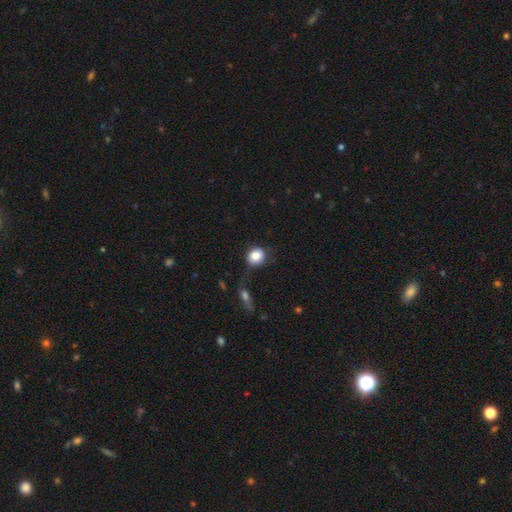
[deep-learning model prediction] Q: Smooth or featured?
A: smooth (84%); runner-up: star or artifact (9%)
Q: How rounded?
A: round (79%); runner-up: in between (20%)
Q: Merging?
A: none (62%); runner-up: minor disturbance (21%)